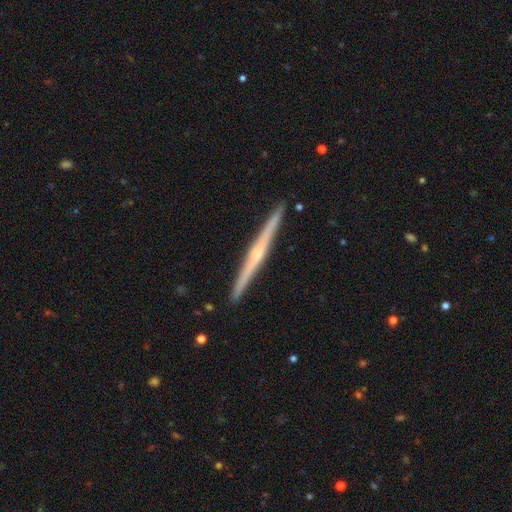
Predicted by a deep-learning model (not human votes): The model was most divided on "edge-on bulge": rounded: 66%, none: 27%, boxy: 7%. More confident: edge-on disk — yes (98%); merging — none (93%); smooth or featured — featured or disk (78%).